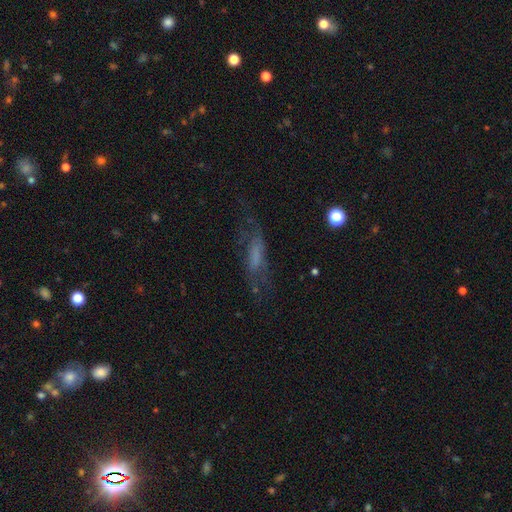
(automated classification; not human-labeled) Q: Smooth or featured?
A: featured or disk (47%); runner-up: smooth (38%)
Q: Merging?
A: none (56%); runner-up: minor disturbance (21%)